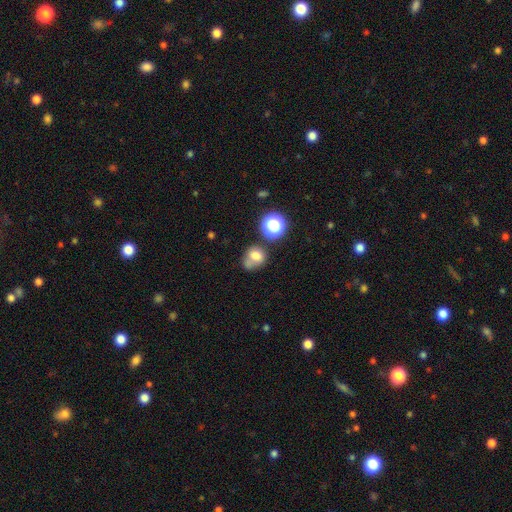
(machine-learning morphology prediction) Smooth or featured: smooth — 71% (star or artifact — 15%)
How rounded: round — 66% (in between — 33%)
Merging: none — 43% (merger — 30%)